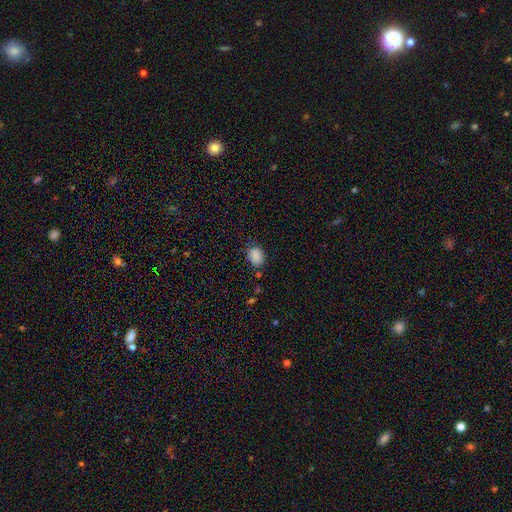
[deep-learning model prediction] Smooth or featured?
  - smooth: 86% *
  - star or artifact: 10%
  - featured or disk: 4%
How rounded?
  - in between: 65% *
  - round: 34%
  - cigar-shaped: 1%
Merging?
  - none: 71% *
  - minor disturbance: 21%
  - major disturbance: 5%
  - merger: 3%